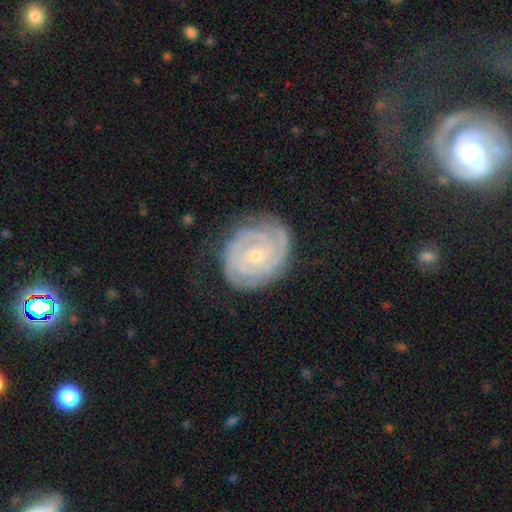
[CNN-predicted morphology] This appears to be a featured or disk galaxy (87%) with no bar (72%), 2 (38%) tight (80%) spiral arms (97%) and a small central bulge (75%). Merging: none (76%).